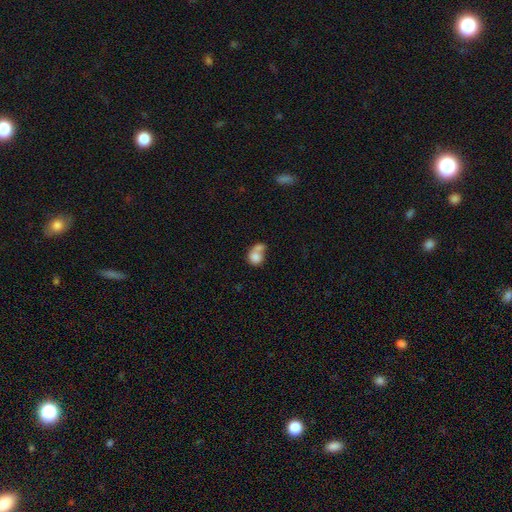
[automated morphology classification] type=smooth (78%); roundness=round (64%); merging=merger (60%).